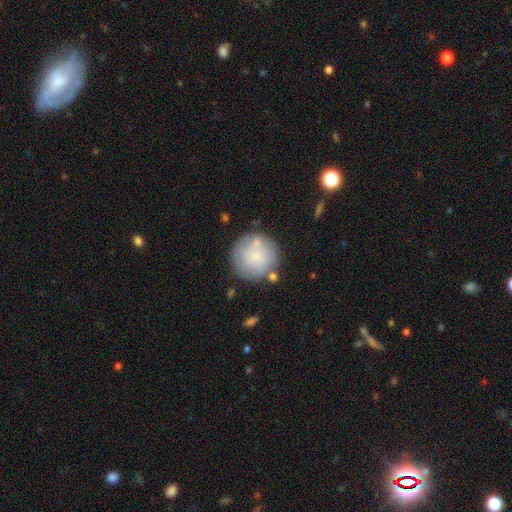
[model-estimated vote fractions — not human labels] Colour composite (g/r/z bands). It shows a smooth galaxy with no disk features (63%) that is round (94%). Merging: none (70%).